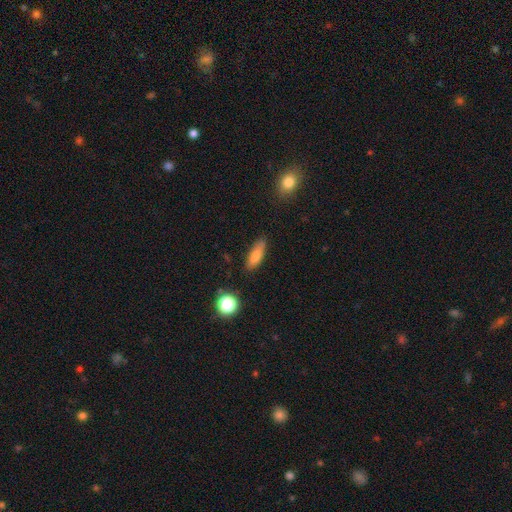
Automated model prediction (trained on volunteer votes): Smooth or featured? smooth (79%)
How rounded? in between (55%)
Merging? none (80%)